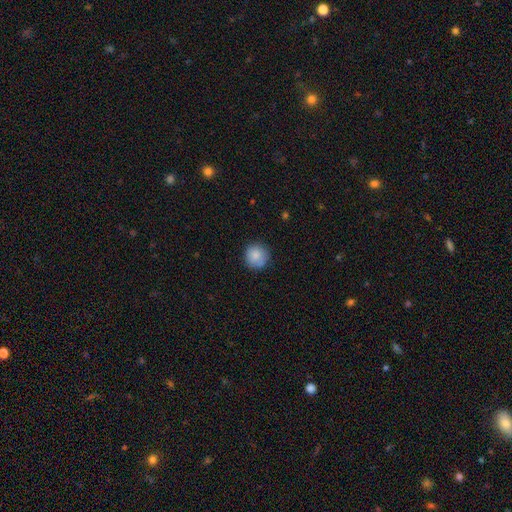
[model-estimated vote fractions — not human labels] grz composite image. It shows a smooth galaxy with no disk features (85%) that is round (94%). Merging: none (82%).